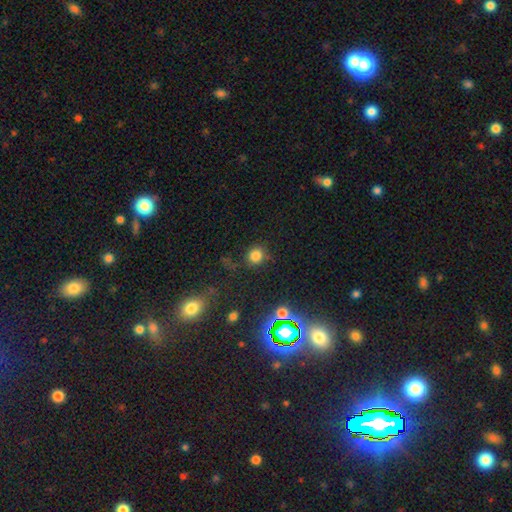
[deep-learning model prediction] A smooth galaxy with no disk features (78%) that is round (87%).

Vote fractions:
- Smooth or featured? smooth: 78% / star or artifact: 16% / featured or disk: 6%
- How rounded? round: 87% / in between: 12% / cigar-shaped: 1%
- Merging? none: 76% / minor disturbance: 14% / major disturbance: 7% / merger: 4%